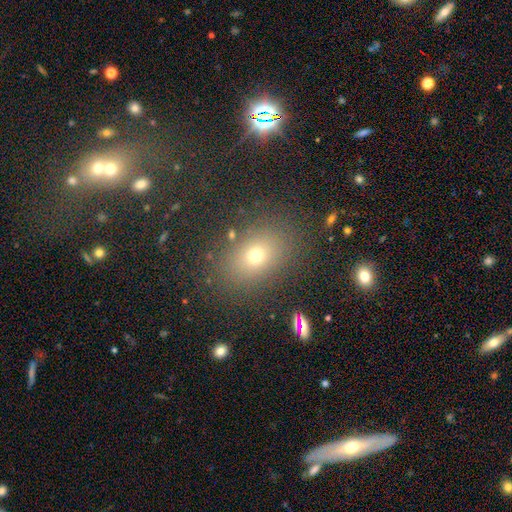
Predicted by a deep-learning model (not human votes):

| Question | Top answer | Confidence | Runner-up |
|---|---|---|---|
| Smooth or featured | smooth | 64% | star or artifact (24%) |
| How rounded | in between | 64% | round (34%) |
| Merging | none | 85% | minor disturbance (8%) |